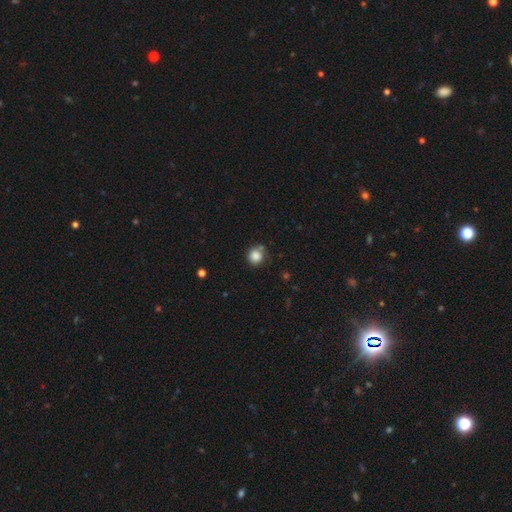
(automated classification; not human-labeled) A smooth galaxy with no disk features (85%) that is round (89%). Merging: none (72%).